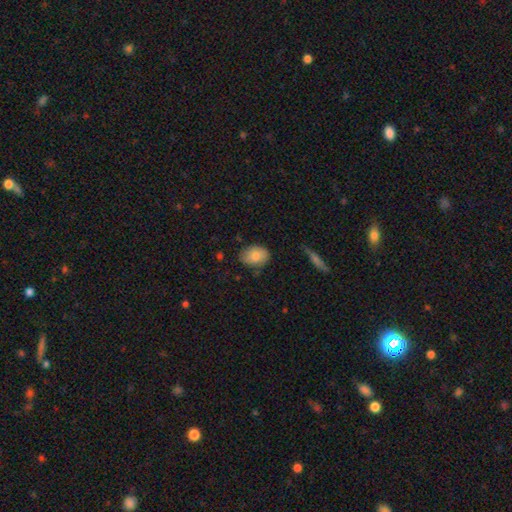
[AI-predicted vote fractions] The model was most divided on "merging": none: 71%, minor disturbance: 23%, major disturbance: 4%, merger: 2%. More confident: smooth or featured — smooth (79%); how rounded — in between (74%).